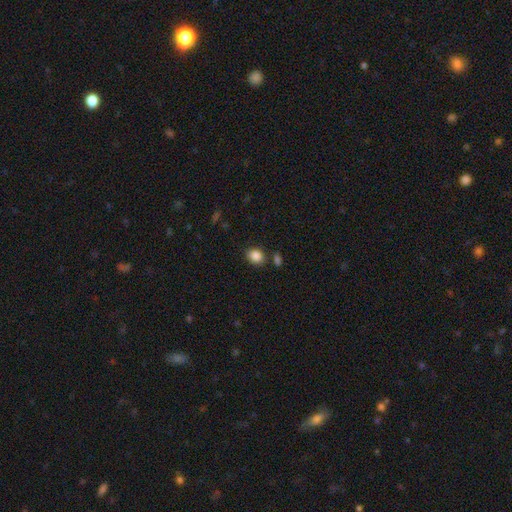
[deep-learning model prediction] smooth 86%, star or artifact 10%, featured or disk 4%. Down the decision tree: how rounded — round (58%); merging — none (79%).